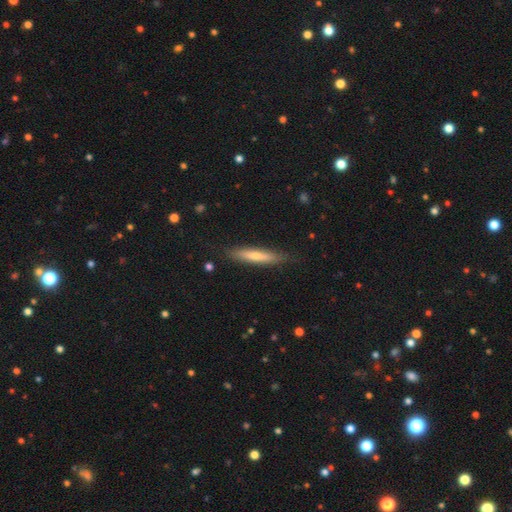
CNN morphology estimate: Q: Smooth or featured?
A: smooth (58%); runner-up: featured or disk (36%)
Q: How rounded?
A: cigar-shaped (89%); runner-up: in between (9%)
Q: Merging?
A: none (84%); runner-up: minor disturbance (12%)